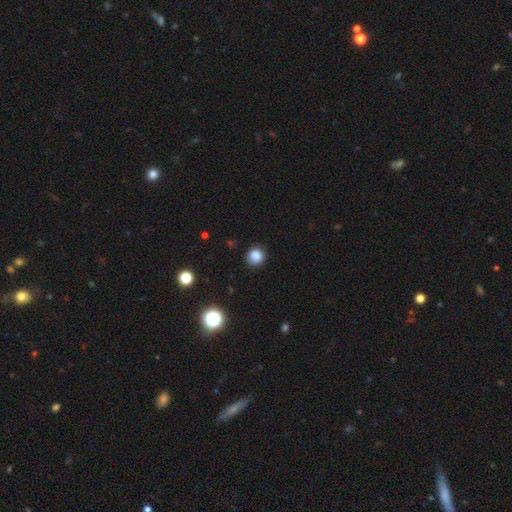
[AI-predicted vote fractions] A smooth galaxy with no disk features (84%) that is round (89%).

Vote fractions:
- Smooth or featured? smooth: 84% / star or artifact: 12% / featured or disk: 4%
- How rounded? round: 89% / in between: 11% / cigar-shaped: 1%
- Merging? none: 86% / minor disturbance: 10% / major disturbance: 2% / merger: 1%